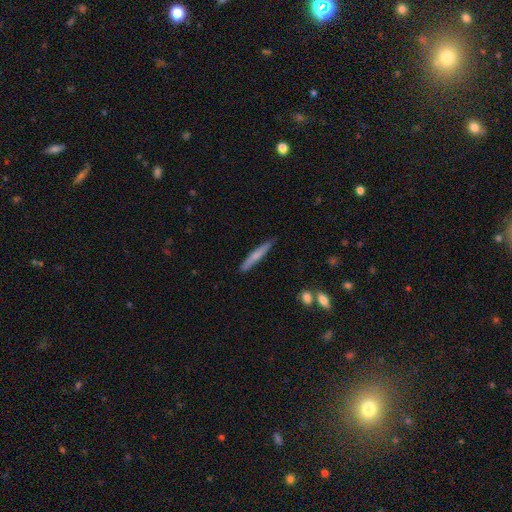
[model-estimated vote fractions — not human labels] Q: Smooth or featured?
A: smooth (61%); runner-up: featured or disk (33%)
Q: How rounded?
A: cigar-shaped (95%); runner-up: in between (4%)
Q: Merging?
A: none (86%); runner-up: minor disturbance (10%)